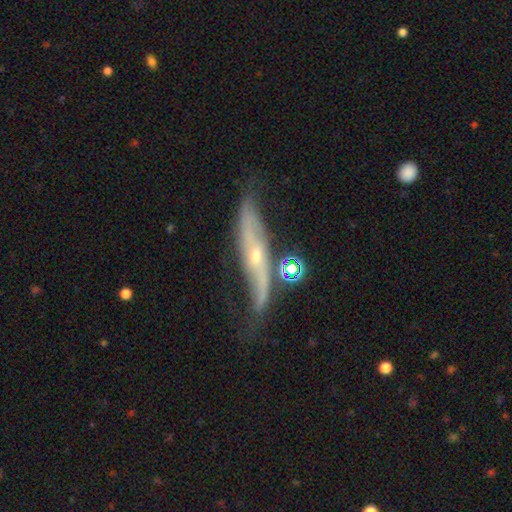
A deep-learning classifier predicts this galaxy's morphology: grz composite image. It shows a featured or disk galaxy (77%). Merging: none (54%).